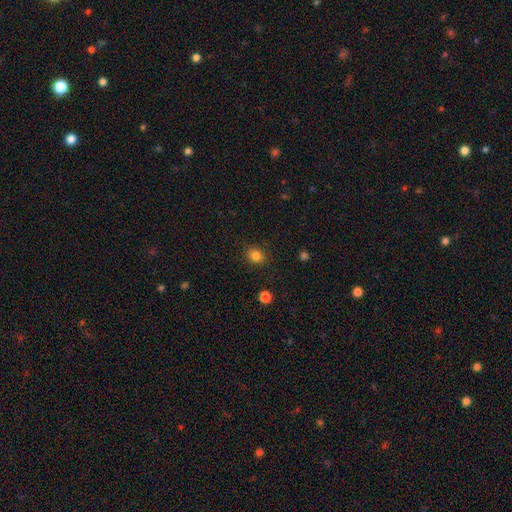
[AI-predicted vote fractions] Smooth or featured?
  - smooth: 84% *
  - star or artifact: 12%
  - featured or disk: 5%
How rounded?
  - round: 67% *
  - in between: 32%
  - cigar-shaped: 1%
Merging?
  - none: 87% *
  - minor disturbance: 9%
  - major disturbance: 3%
  - merger: 1%